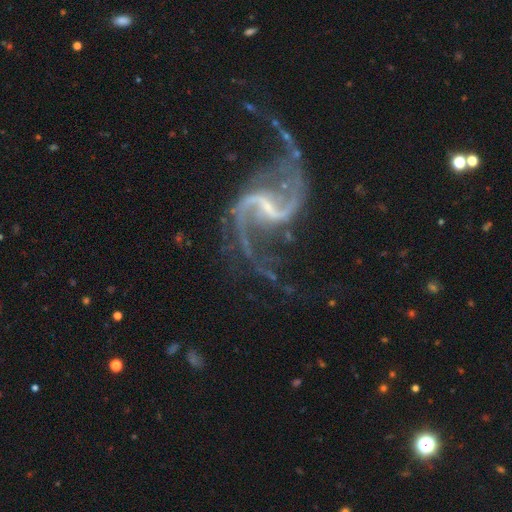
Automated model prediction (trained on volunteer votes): Smooth or featured? featured or disk (93%)
Edge-on disk? no (98%)
Bar? weak (50%)
Spiral arms? yes (98%)
Spiral winding? loose (76%)
Spiral arm count? 2 (93%)
Bulge size? small (60%)
Merging? none (63%)